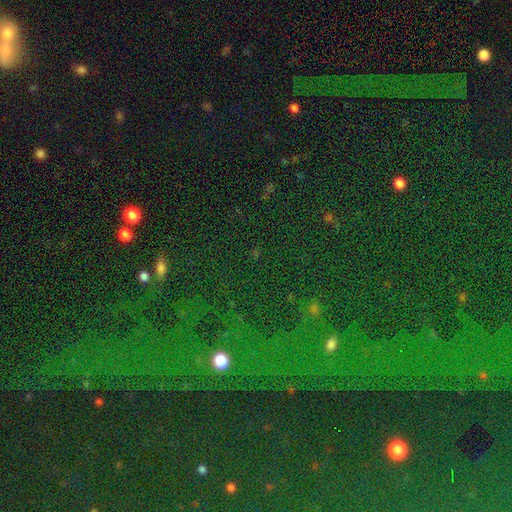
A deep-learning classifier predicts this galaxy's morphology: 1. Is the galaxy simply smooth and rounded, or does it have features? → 84% star or artifact, 9% smooth, 7% featured or disk.